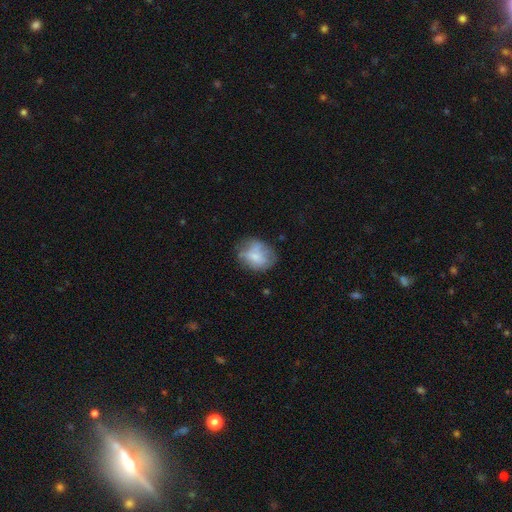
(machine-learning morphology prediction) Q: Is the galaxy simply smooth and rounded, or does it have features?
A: smooth — 63%.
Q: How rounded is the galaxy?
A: in between — 50%.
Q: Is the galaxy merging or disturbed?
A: none — 55%.